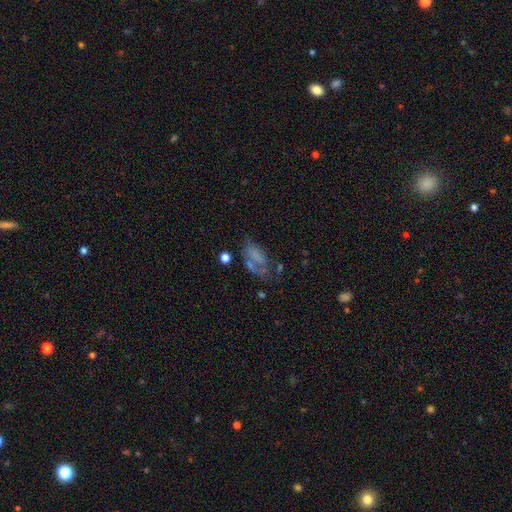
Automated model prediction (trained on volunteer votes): Smooth or featured: smooth — 47% (featured or disk — 38%)
Merging: major disturbance — 34% (none — 31%)